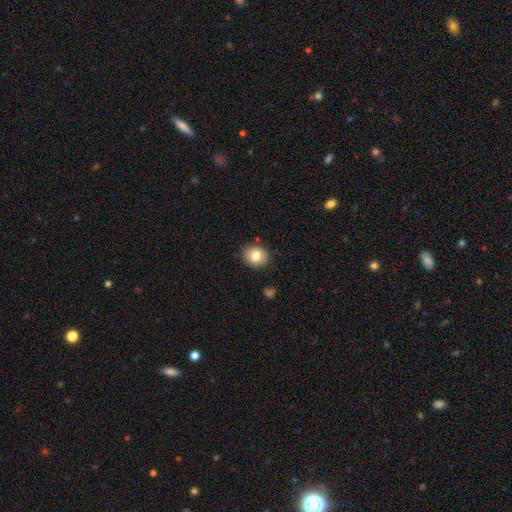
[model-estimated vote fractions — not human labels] This is clearly a smooth galaxy (81%). How rounded: likely round (70%). Merging: clearly none (87%).